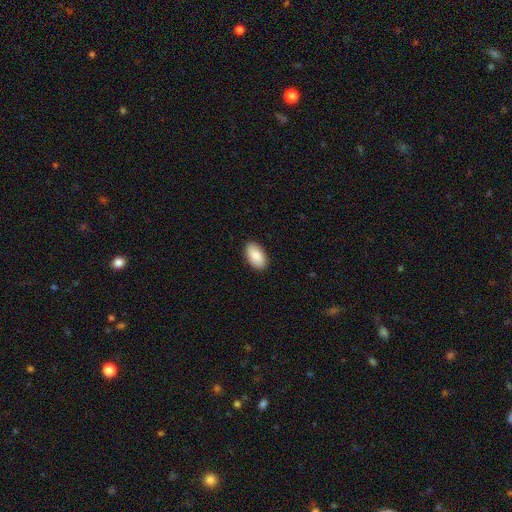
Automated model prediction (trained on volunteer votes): Q: Smooth or featured?
A: smooth (89%); runner-up: star or artifact (6%)
Q: How rounded?
A: in between (95%); runner-up: round (3%)
Q: Merging?
A: none (89%); runner-up: minor disturbance (8%)